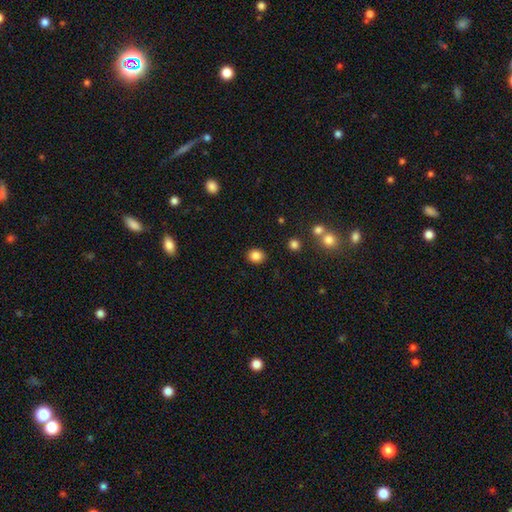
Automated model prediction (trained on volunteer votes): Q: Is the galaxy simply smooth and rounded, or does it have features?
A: smooth — 84%.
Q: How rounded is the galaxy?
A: round — 73%.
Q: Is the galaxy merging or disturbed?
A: none — 90%.